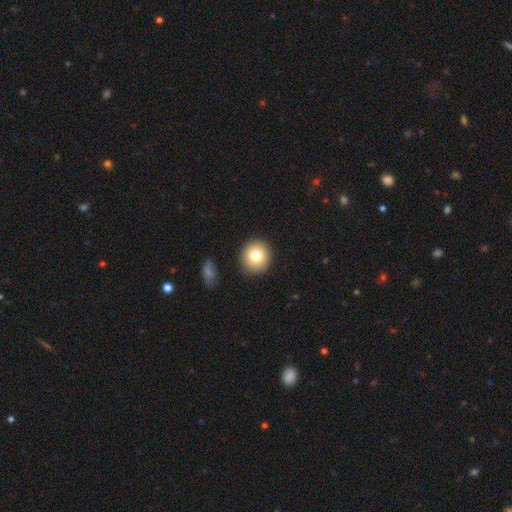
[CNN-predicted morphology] Smooth or featured: smooth — 78% (featured or disk — 12%)
How rounded: round — 91% (in between — 8%)
Merging: none — 90% (minor disturbance — 7%)